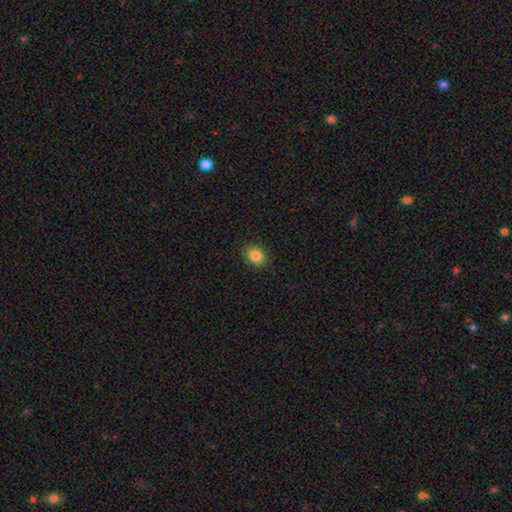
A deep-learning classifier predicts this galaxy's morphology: type=smooth (85%); roundness=in between (65%); merging=none (86%).